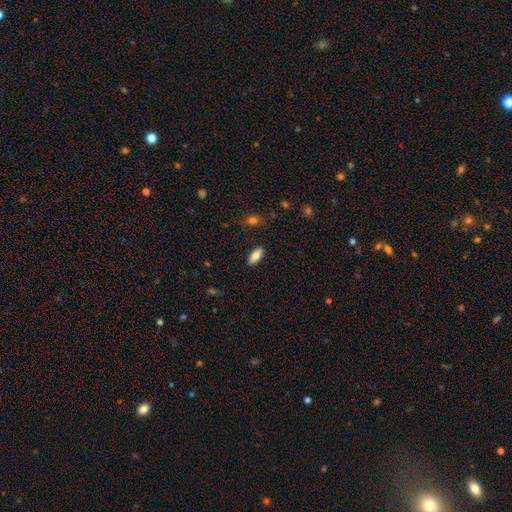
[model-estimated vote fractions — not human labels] Smooth or featured: smooth — 79% (featured or disk — 14%)
How rounded: in between — 84% (cigar-shaped — 14%)
Merging: none — 88% (minor disturbance — 9%)